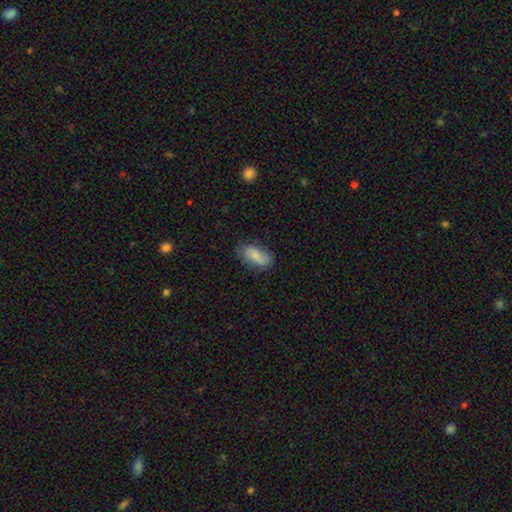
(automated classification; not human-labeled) A smooth galaxy with no disk features (77%) that is in between round and cigar-shaped (91%).

Vote fractions:
- Smooth or featured? smooth: 77% / featured or disk: 16% / star or artifact: 7%
- How rounded? in between: 91% / cigar-shaped: 6% / round: 4%
- Merging? none: 71% / minor disturbance: 22% / major disturbance: 6% / merger: 1%